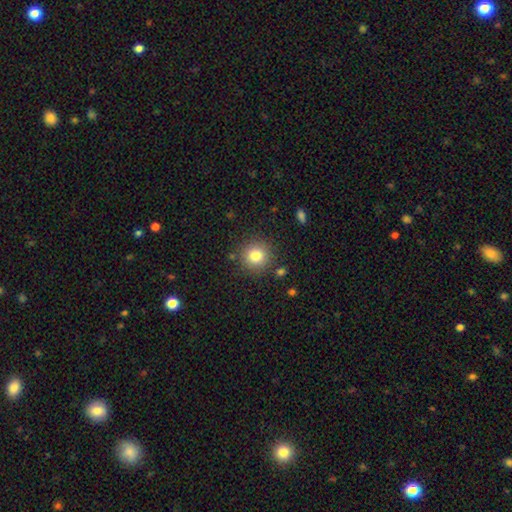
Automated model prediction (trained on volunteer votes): Overall: smooth (80%). How rounded: round (93%). Merging: none (87%).